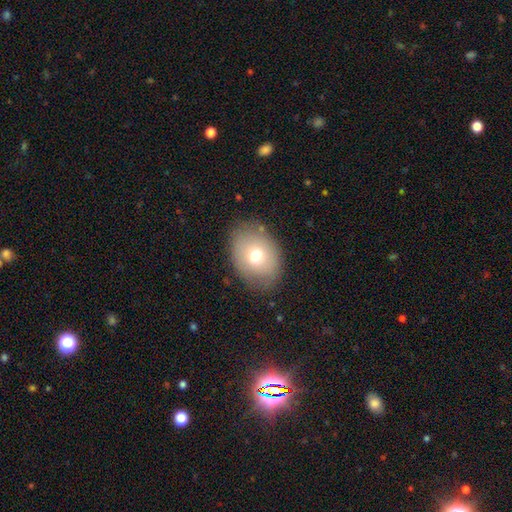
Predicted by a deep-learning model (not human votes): Smooth or featured? smooth (69%)
How rounded? in between (70%)
Merging? none (79%)